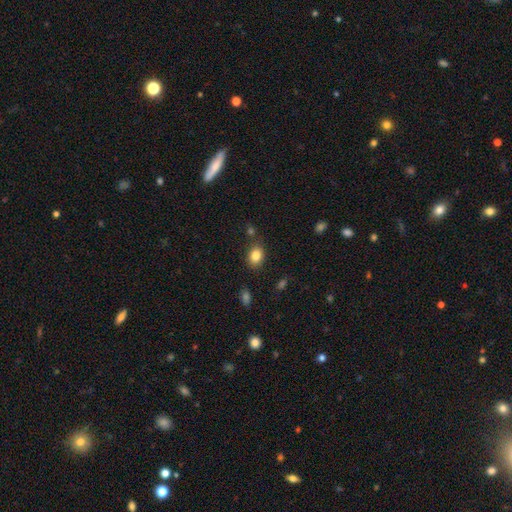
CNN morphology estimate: Smooth or featured? Predicted: smooth (p=0.84). How rounded? Predicted: in between (p=0.62). Merging? Predicted: none (p=0.80).